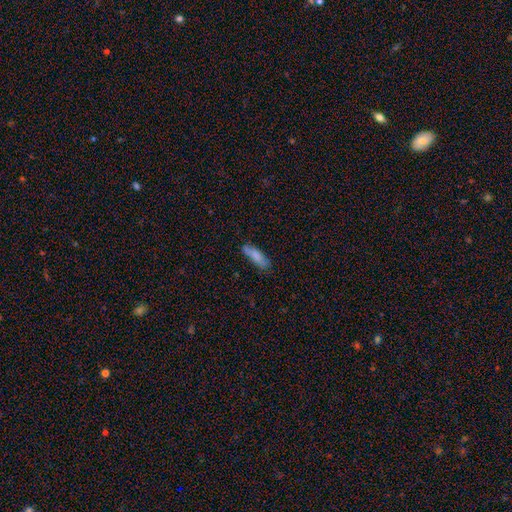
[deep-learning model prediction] This is clearly a smooth galaxy (80%). How rounded: possibly cigar-shaped (54%). Merging: likely none (66%).